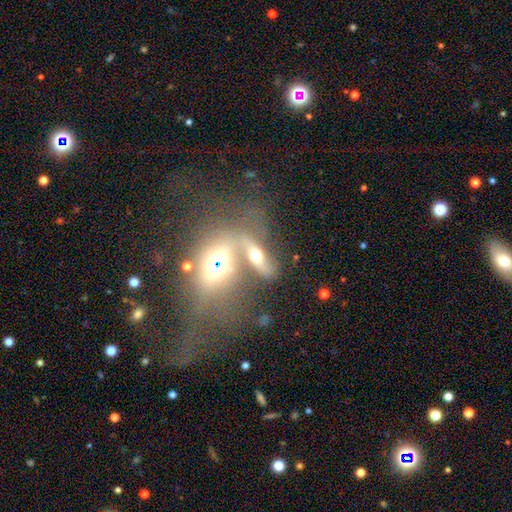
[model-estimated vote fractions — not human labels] smooth-or-featured: featured or disk: 45% | smooth: 42% | star or artifact: 13%
  merging: merger: 54% | none: 24% | major disturbance: 12% | minor disturbance: 9%